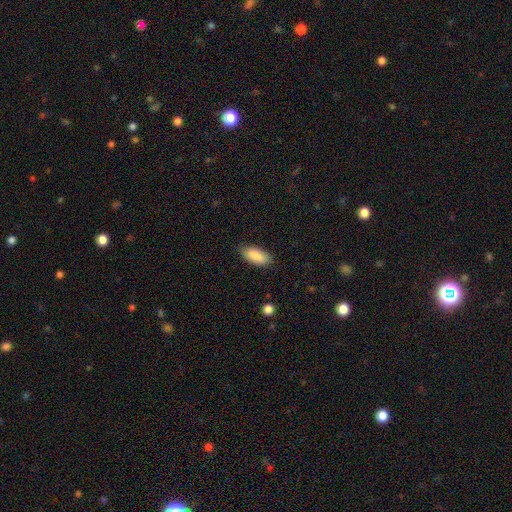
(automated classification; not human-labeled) A smooth galaxy with no disk features (87%) that is in between round and cigar-shaped (88%). Merging: none (84%).